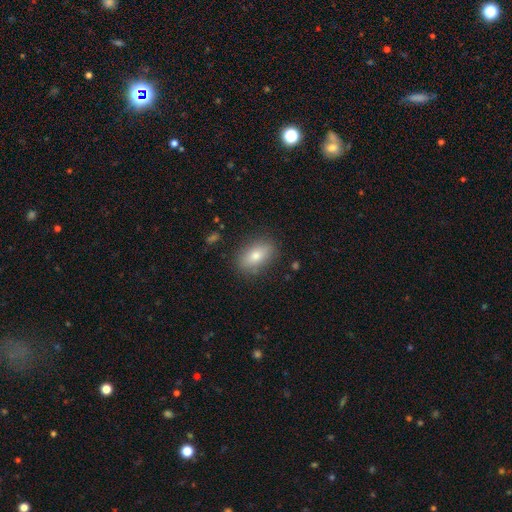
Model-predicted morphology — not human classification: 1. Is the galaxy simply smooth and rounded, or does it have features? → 76% smooth, 15% featured or disk, 8% star or artifact.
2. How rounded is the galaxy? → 85% in between, 10% round, 5% cigar-shaped.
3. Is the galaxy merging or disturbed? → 85% none, 11% minor disturbance, 3% major disturbance, 1% merger.